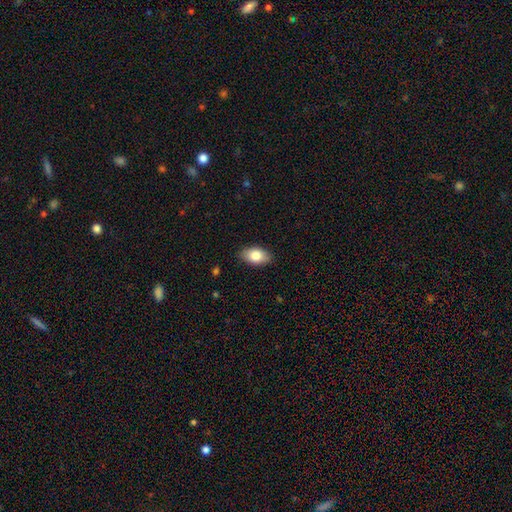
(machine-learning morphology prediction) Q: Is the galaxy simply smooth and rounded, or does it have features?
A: smooth — 81%.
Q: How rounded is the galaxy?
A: in between — 92%.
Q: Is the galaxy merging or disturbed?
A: none — 86%.